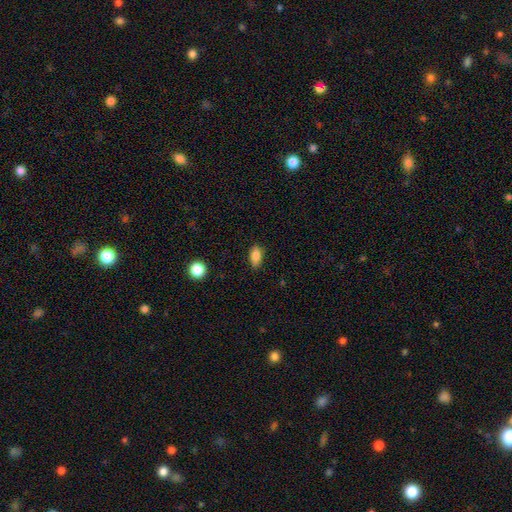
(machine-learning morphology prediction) Q: Smooth or featured?
A: smooth (84%); runner-up: star or artifact (8%)
Q: How rounded?
A: in between (86%); runner-up: cigar-shaped (9%)
Q: Merging?
A: none (78%); runner-up: minor disturbance (17%)